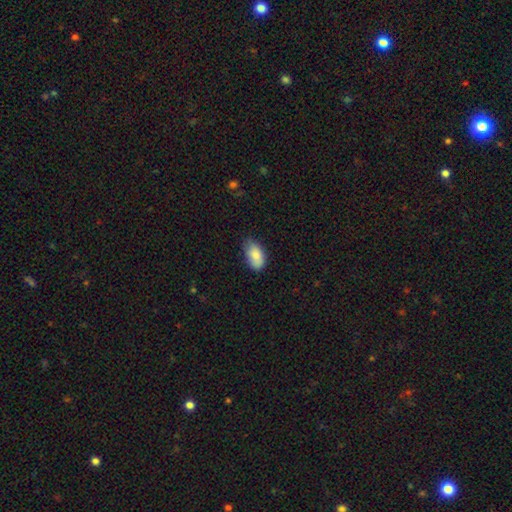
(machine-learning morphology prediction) type=smooth (83%); roundness=in between (93%); merging=none (60%).